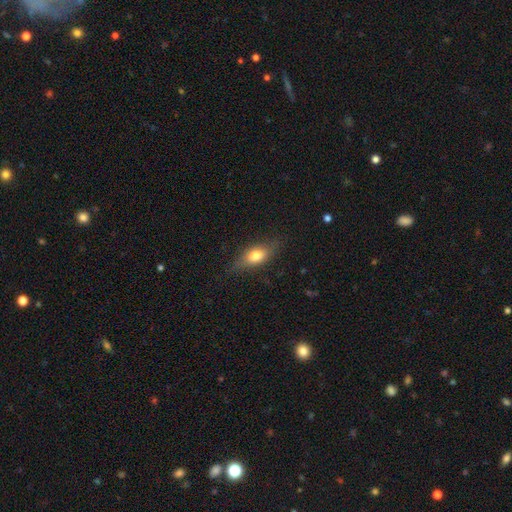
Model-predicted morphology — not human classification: A smooth galaxy with no disk features (69%) that is in between round and cigar-shaped (74%). Merging: none (76%).